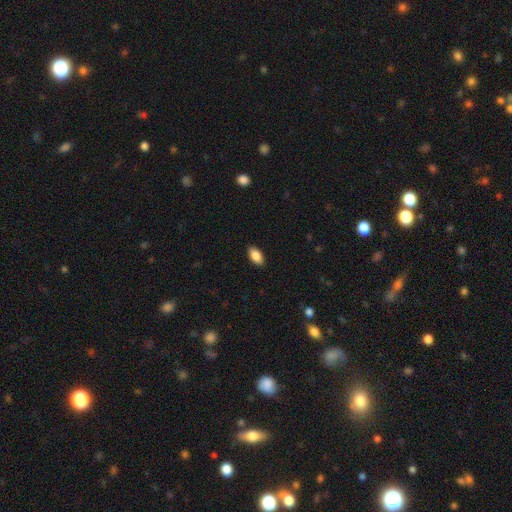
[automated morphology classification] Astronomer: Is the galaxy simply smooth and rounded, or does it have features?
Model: smooth — 88%.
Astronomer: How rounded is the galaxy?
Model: in between — 93%.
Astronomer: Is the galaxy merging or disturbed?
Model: none — 89%.